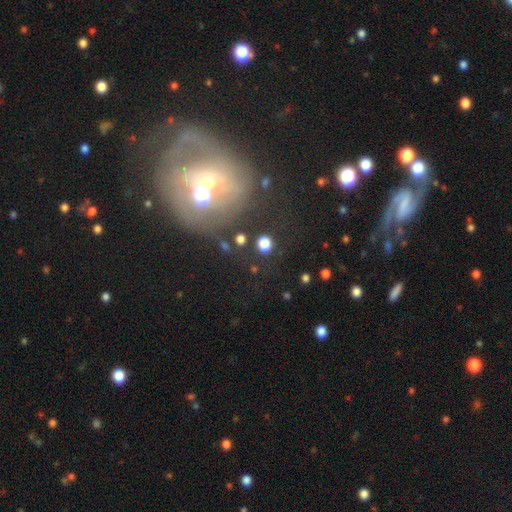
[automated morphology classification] Overall: featured or disk (42%; smooth 31%). Merging: none (36%; merger 34%).